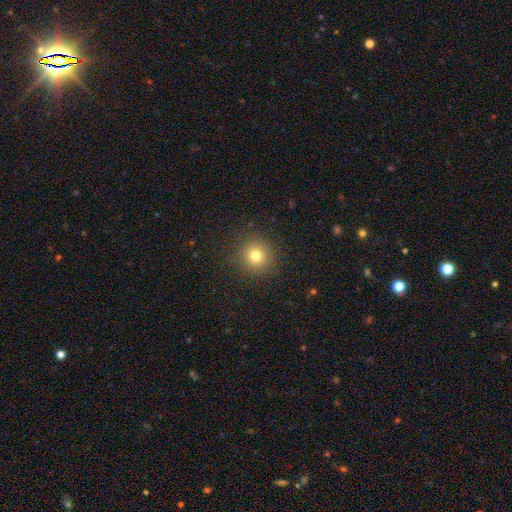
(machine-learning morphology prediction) smooth-or-featured: smooth: 76% | star or artifact: 16% | featured or disk: 8%
  how-rounded: round: 92% | in between: 7% | cigar-shaped: 1%
  merging: none: 89% | minor disturbance: 7% | major disturbance: 3% | merger: 1%